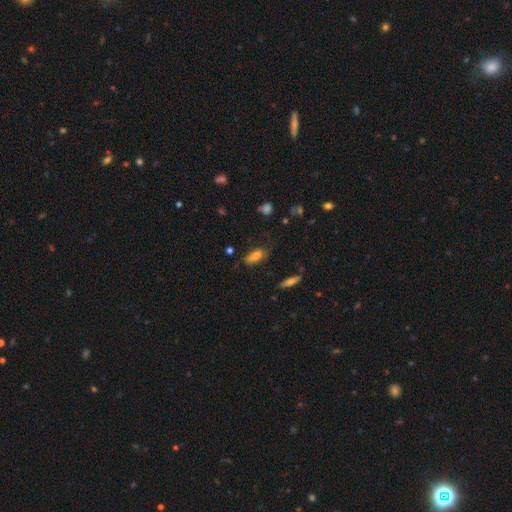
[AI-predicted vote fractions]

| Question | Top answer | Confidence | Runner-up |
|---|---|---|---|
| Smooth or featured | smooth | 74% | featured or disk (17%) |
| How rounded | in between | 80% | cigar-shaped (16%) |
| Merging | none | 55% | minor disturbance (31%) |